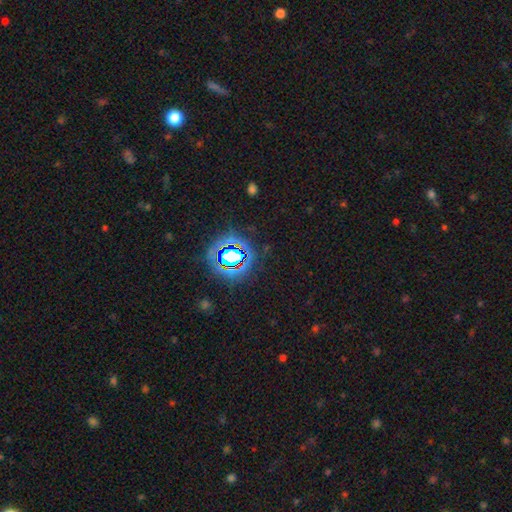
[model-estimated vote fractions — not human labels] star or artifact 78%, smooth 13%, featured or disk 8%.